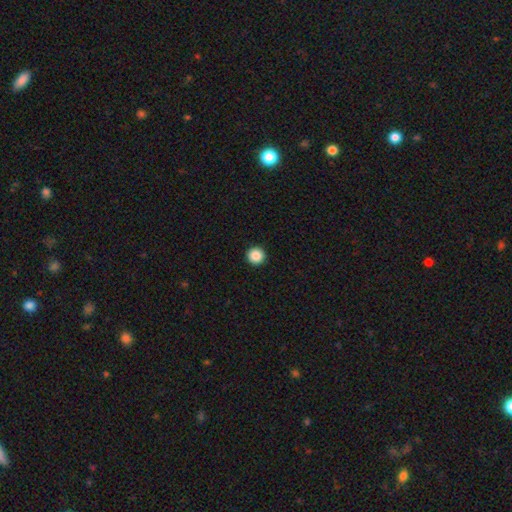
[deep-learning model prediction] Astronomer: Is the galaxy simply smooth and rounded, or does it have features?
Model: smooth — 87%.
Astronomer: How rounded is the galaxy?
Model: round — 97%.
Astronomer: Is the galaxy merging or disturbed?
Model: none — 94%.